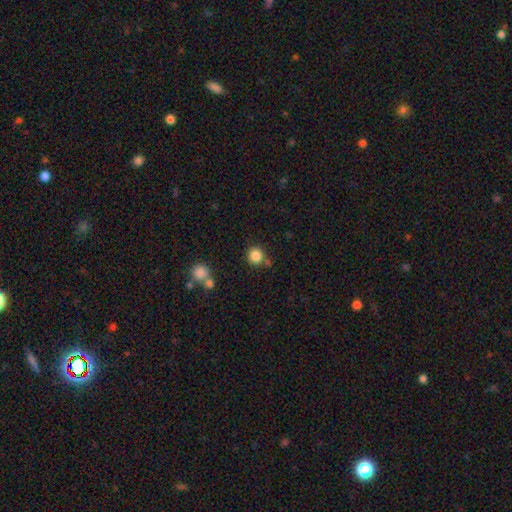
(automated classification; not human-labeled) Smooth or featured? smooth (84%)
How rounded? round (91%)
Merging? none (77%)